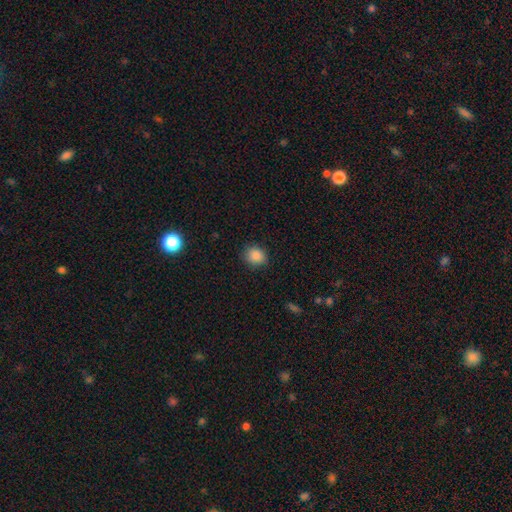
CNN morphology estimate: Q: Smooth or featured?
A: smooth (87%); runner-up: star or artifact (10%)
Q: How rounded?
A: round (70%); runner-up: in between (29%)
Q: Merging?
A: none (86%); runner-up: minor disturbance (10%)